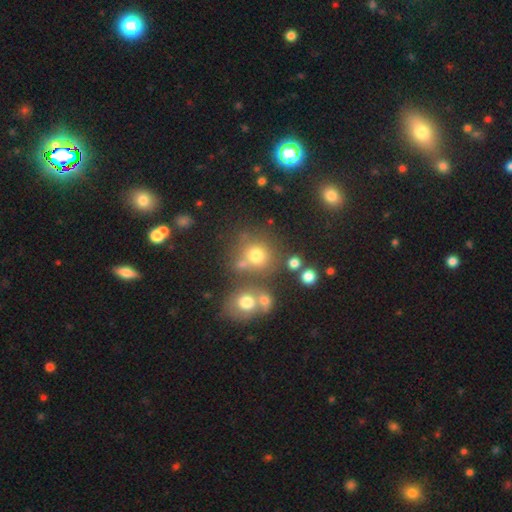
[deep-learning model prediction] A smooth galaxy with no disk features (73%) that is round (86%).

Vote fractions:
- Smooth or featured? smooth: 73% / star or artifact: 17% / featured or disk: 10%
- How rounded? round: 86% / in between: 13% / cigar-shaped: 1%
- Merging? none: 60% / merger: 23% / minor disturbance: 11% / major disturbance: 6%